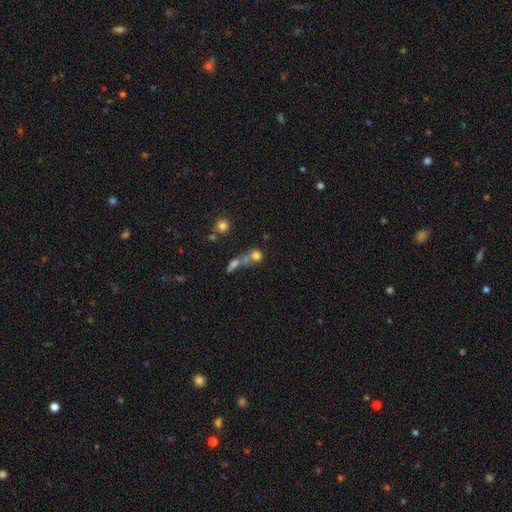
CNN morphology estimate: smooth_or_featured: smooth (p=0.70) [alt: featured or disk p=0.16]
how_rounded: round (p=0.75) [alt: in between p=0.21]
merging: merger (p=0.53) [alt: none p=0.31]